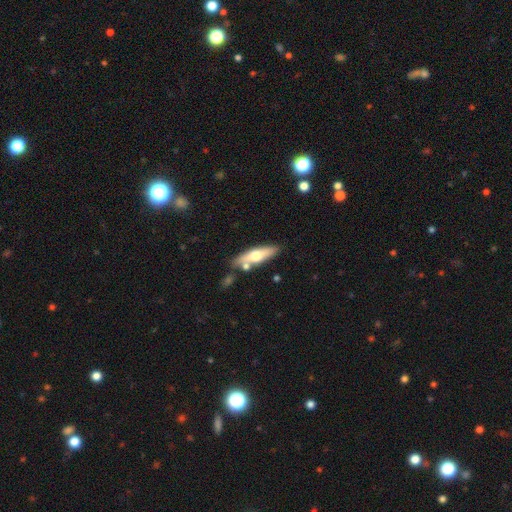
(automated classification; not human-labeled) Smooth or featured? smooth (51%)
How rounded? cigar-shaped (60%)
Merging? none (70%)